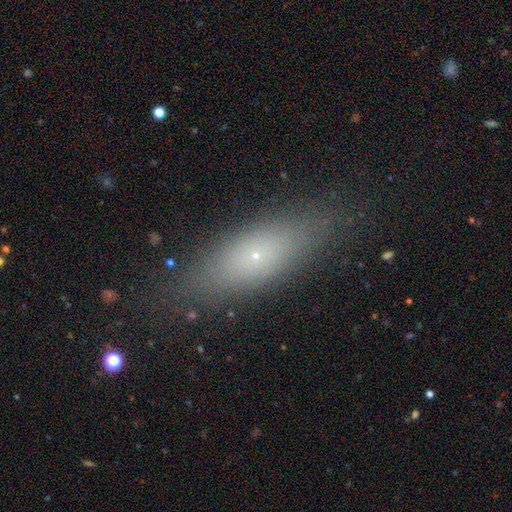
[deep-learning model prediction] The model was most divided on "how rounded": in between: 51%, cigar-shaped: 45%, round: 4%. More confident: merging — none (84%); smooth or featured — smooth (61%).